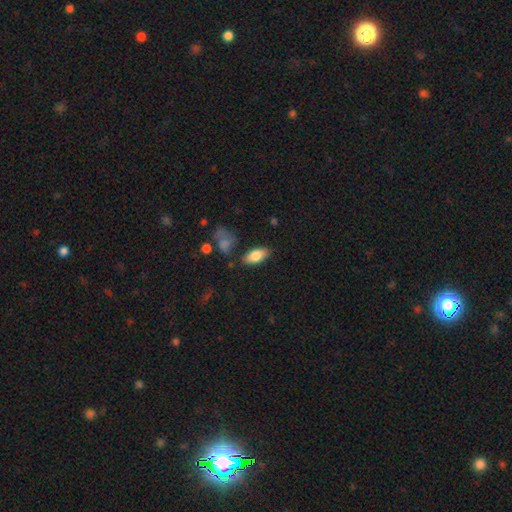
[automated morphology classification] Smooth or featured?
  - smooth: 81% *
  - featured or disk: 13%
  - star or artifact: 7%
How rounded?
  - in between: 89% *
  - cigar-shaped: 8%
  - round: 3%
Merging?
  - none: 80% *
  - minor disturbance: 13%
  - merger: 4%
  - major disturbance: 3%